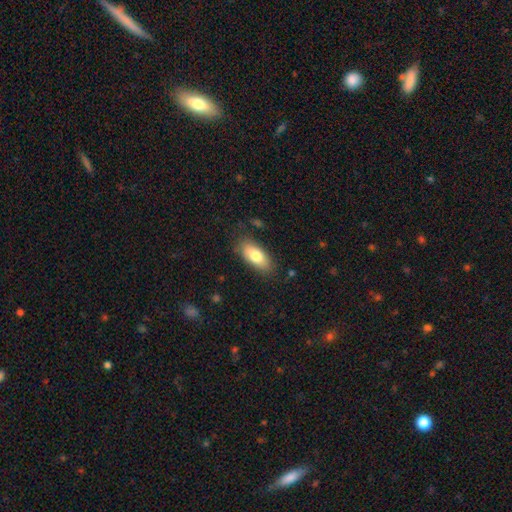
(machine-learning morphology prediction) type=smooth (78%); roundness=in between (87%); merging=none (80%).